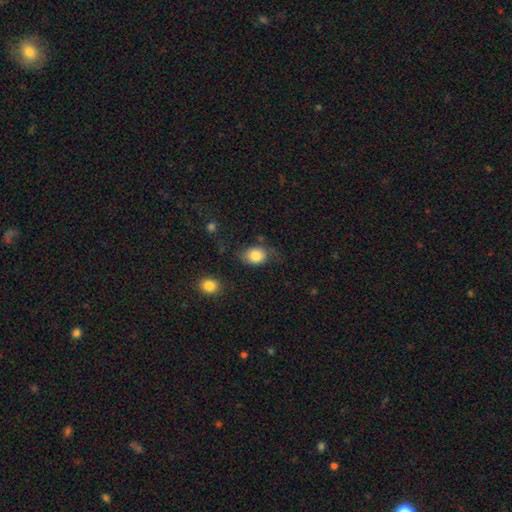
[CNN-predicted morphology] This appears to be a smooth galaxy with no disk features (82%) that is in between round and cigar-shaped (56%). Merging: none (60%).